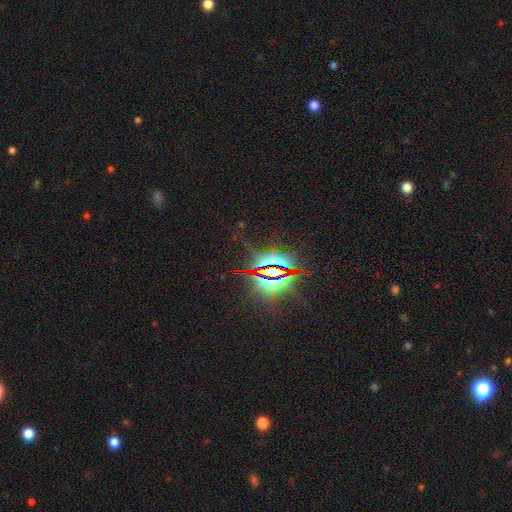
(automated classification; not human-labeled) Overall: star or artifact (85%).